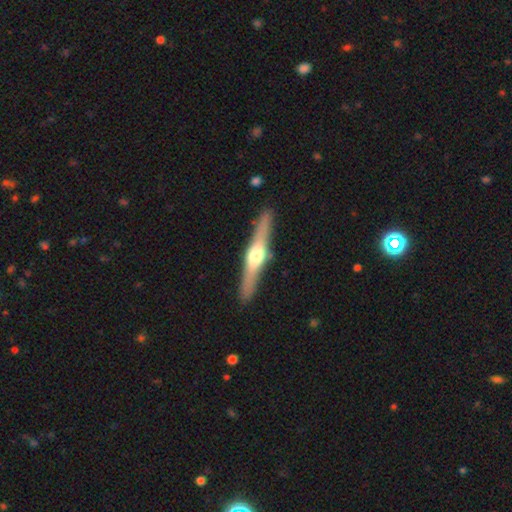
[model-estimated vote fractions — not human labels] Smooth or featured? Predicted: featured or disk (p=0.72). Edge-on disk? Predicted: yes (p=0.97). Edge-on bulge? Predicted: rounded (p=0.93). Merging? Predicted: none (p=0.89).